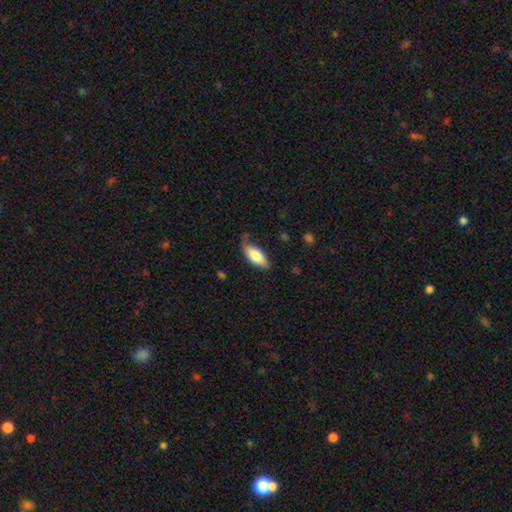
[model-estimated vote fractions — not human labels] This appears to be a smooth galaxy with no disk features (76%) that is in between round and cigar-shaped (83%). Merging: none (60%).